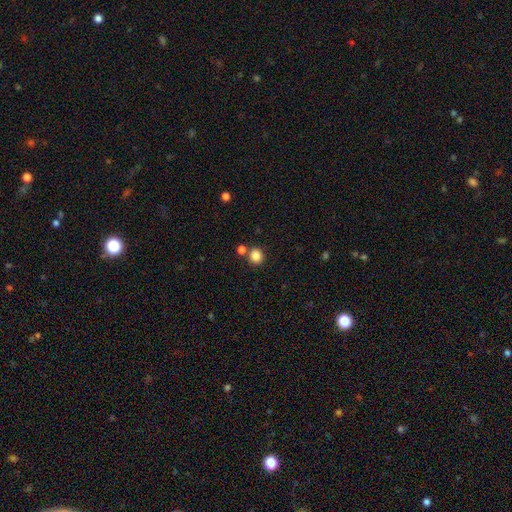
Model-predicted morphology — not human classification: Q: Smooth or featured?
A: smooth (84%); runner-up: star or artifact (11%)
Q: How rounded?
A: round (84%); runner-up: in between (15%)
Q: Merging?
A: none (76%); runner-up: merger (14%)